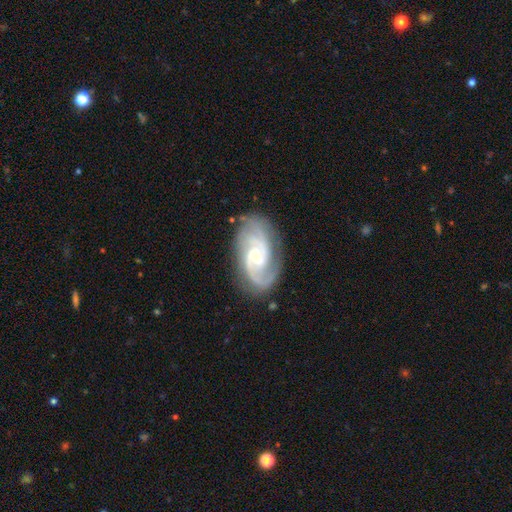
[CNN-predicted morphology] A featured or disk galaxy (90%) with no bar (54%), 2 (60%) tight (46%) spiral arms (98%) and a small central bulge (64%). Merging: none (77%).